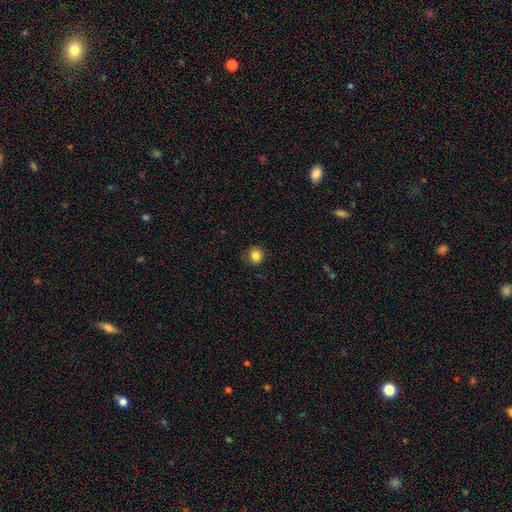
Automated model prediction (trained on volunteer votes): smooth-or-featured: smooth: 84% | star or artifact: 11% | featured or disk: 5%
  how-rounded: round: 91% | in between: 8% | cigar-shaped: 1%
  merging: none: 83% | minor disturbance: 13% | major disturbance: 3% | merger: 1%